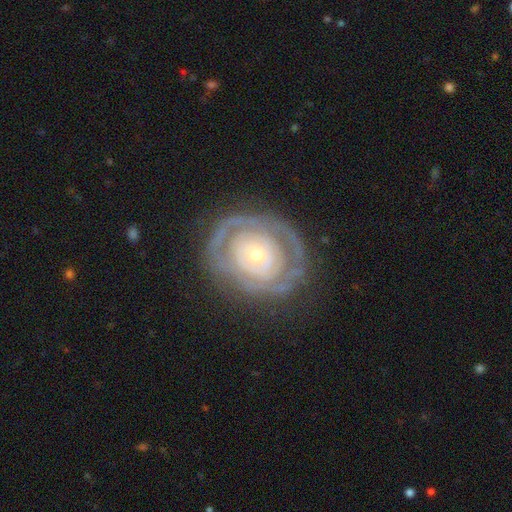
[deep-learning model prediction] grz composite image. It shows a featured or disk galaxy (77%) with no bar (85%), spiral arms (63%) and a small central bulge (67%). Merging: none (72%).